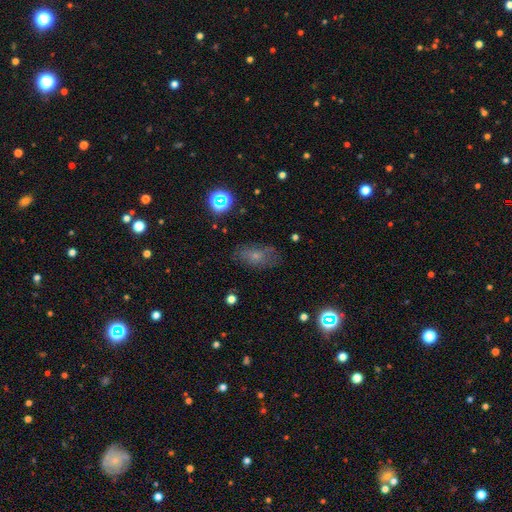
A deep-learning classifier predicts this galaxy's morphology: smooth-or-featured: smooth: 57% | featured or disk: 27% | star or artifact: 16%
  how-rounded: in between: 85% | round: 10% | cigar-shaped: 5%
  merging: none: 65% | minor disturbance: 22% | major disturbance: 11% | merger: 2%